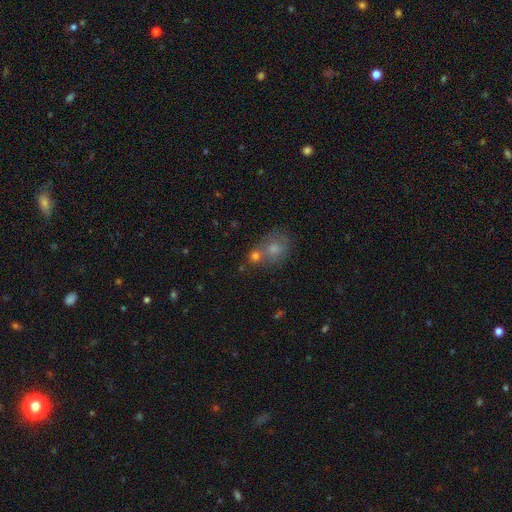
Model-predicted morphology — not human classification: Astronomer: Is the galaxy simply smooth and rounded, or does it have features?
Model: smooth — 63%.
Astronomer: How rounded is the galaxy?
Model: round — 67%.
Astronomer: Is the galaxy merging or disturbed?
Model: none — 45% (runner-up: merger, 39%).